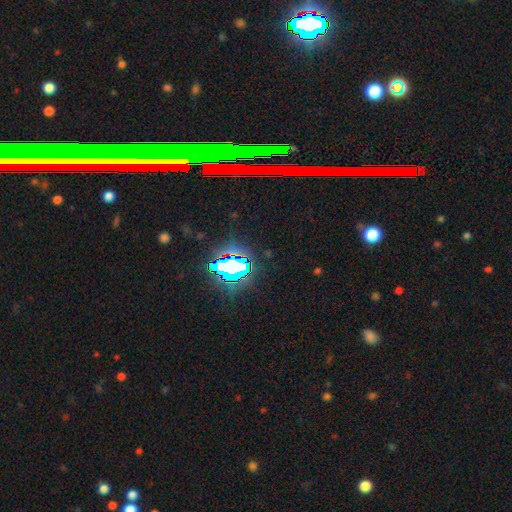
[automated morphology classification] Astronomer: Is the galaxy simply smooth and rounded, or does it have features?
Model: star or artifact — 79%.